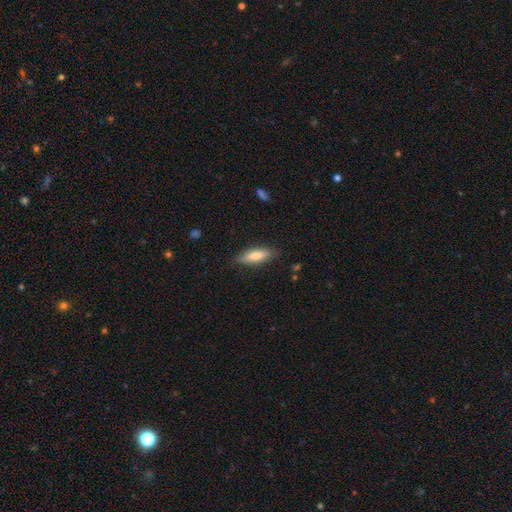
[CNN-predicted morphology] Smooth or featured? Predicted: smooth (p=0.65). How rounded? Predicted: cigar-shaped (p=0.63). Merging? Predicted: none (p=0.85).